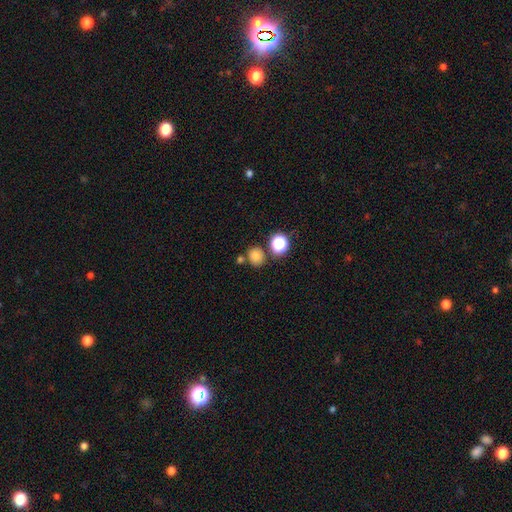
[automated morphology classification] A smooth galaxy with no disk features (77%) that is round (82%). Merging: none (71%).